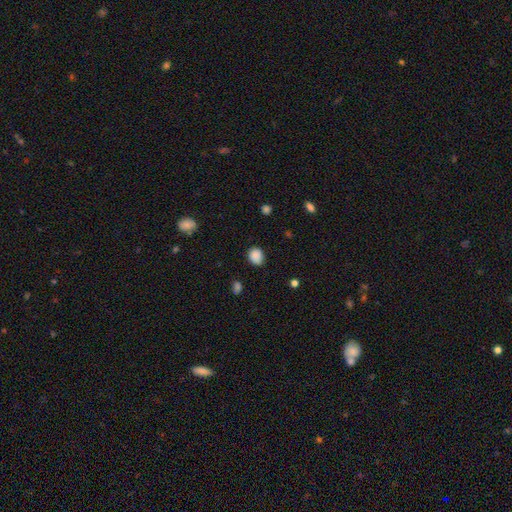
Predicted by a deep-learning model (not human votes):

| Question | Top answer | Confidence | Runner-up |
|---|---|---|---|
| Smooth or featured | smooth | 87% | star or artifact (10%) |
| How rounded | round | 62% | in between (37%) |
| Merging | none | 80% | minor disturbance (15%) |